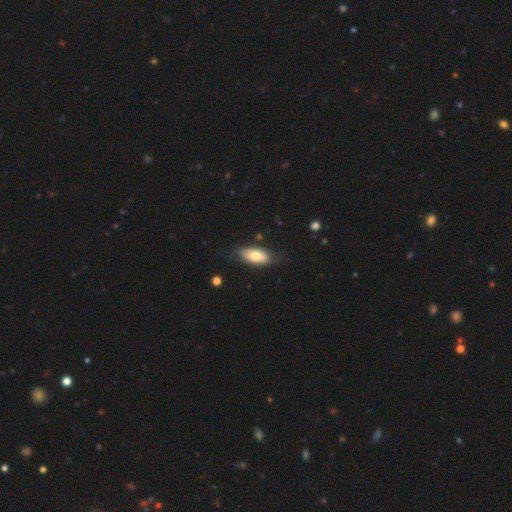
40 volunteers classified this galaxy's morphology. Volunteers were most divided on "smooth or featured": smooth: 68%, featured or disk: 28%, star or artifact: 5%. More confident: how rounded — in between (100%); merging — none (74%).